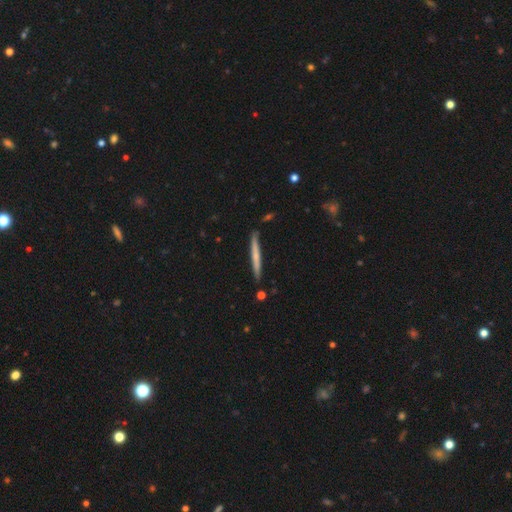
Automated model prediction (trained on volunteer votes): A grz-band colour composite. It shows a smooth galaxy with no disk features (57%) that is cigar-shaped (97%). Merging: none (88%).